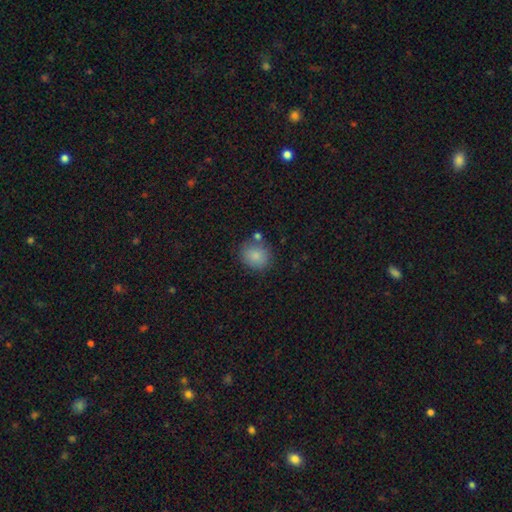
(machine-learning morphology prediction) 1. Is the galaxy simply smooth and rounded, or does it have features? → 85% smooth, 8% star or artifact, 7% featured or disk.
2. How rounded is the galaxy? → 76% round, 23% in between, 1% cigar-shaped.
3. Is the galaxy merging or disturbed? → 71% none, 15% minor disturbance, 10% merger, 4% major disturbance.